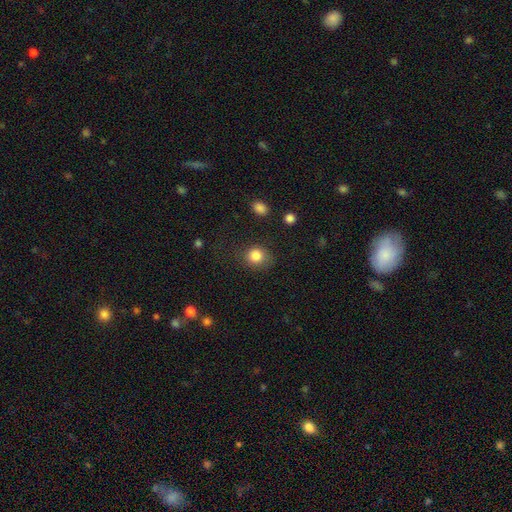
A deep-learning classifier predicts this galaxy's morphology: Smooth or featured: smooth — 84% (star or artifact — 10%)
How rounded: round — 76% (in between — 23%)
Merging: none — 74% (minor disturbance — 17%)